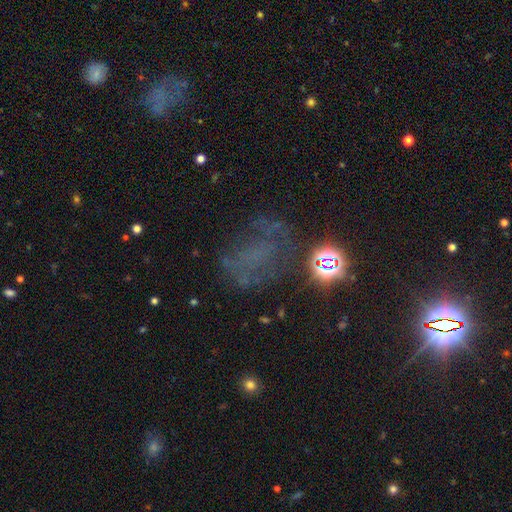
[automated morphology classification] smooth_or_featured: star or artifact (p=0.42) [alt: featured or disk p=0.32]